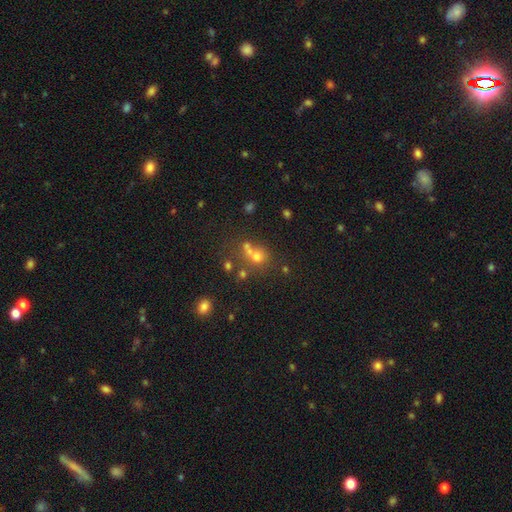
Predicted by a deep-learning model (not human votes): smooth-or-featured: smooth: 56% | star or artifact: 28% | featured or disk: 16%
  how-rounded: round: 80% | in between: 19% | cigar-shaped: 1%
  merging: none: 46% | merger: 39% | minor disturbance: 9% | major disturbance: 6%